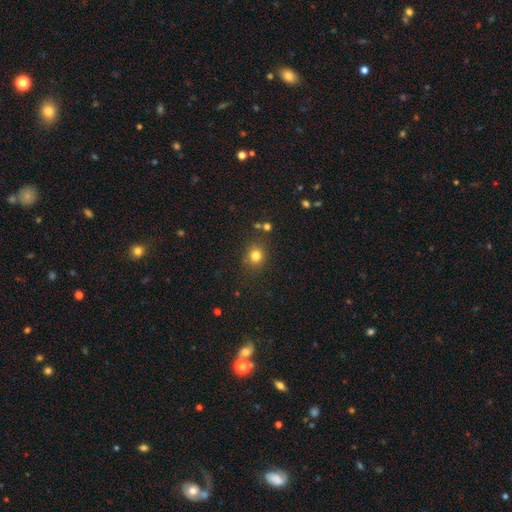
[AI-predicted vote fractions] Smooth or featured: smooth — 79% (star or artifact — 14%)
How rounded: round — 85% (in between — 14%)
Merging: none — 83% (minor disturbance — 9%)